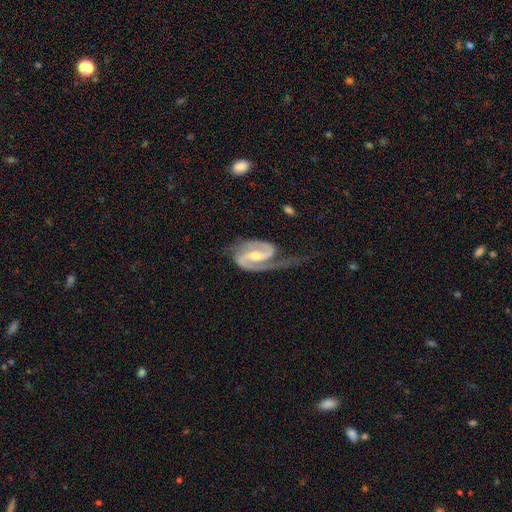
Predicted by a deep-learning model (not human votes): A featured or disk galaxy (92%) with a strong bar (40%), 2 (89%) medium (53%) spiral arms (98%) and a moderate central bulge (56%). Merging: none (51%).